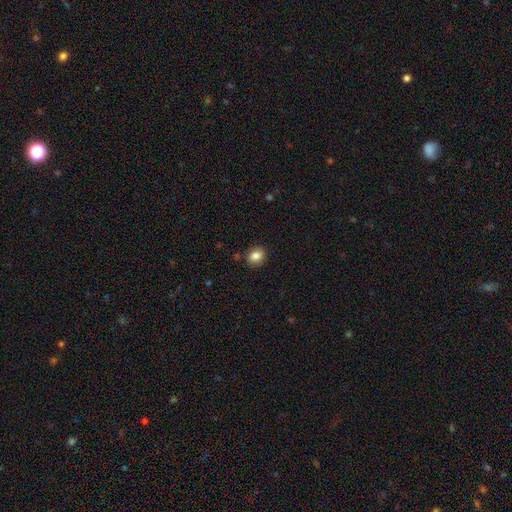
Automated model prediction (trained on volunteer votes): Smooth or featured? smooth (85%)
How rounded? round (63%)
Merging? none (88%)